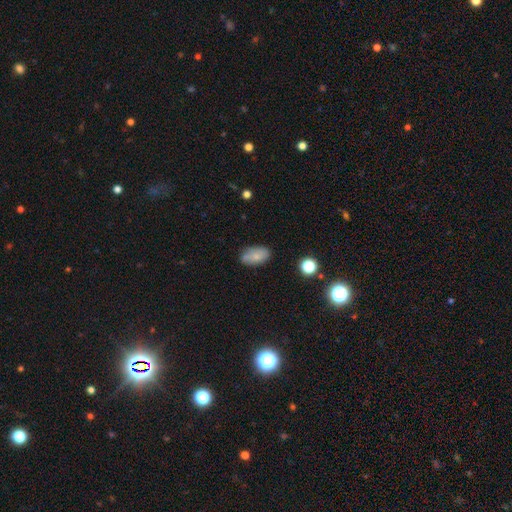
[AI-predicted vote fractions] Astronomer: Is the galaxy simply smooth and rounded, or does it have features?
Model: smooth — 76%.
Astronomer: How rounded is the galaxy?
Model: in between — 91%.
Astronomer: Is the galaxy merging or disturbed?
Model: none — 74%.